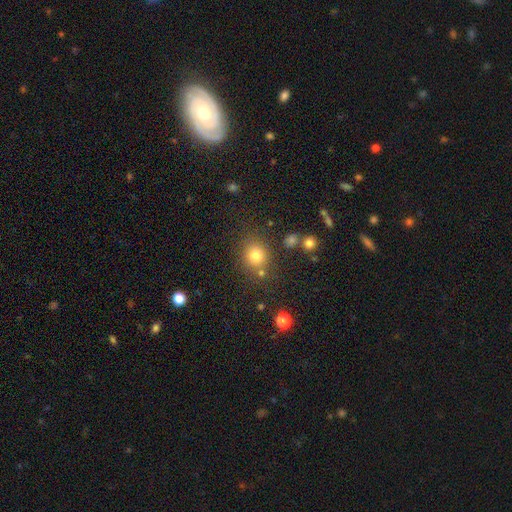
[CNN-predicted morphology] Smooth or featured?
  - smooth: 78% *
  - star or artifact: 15%
  - featured or disk: 7%
How rounded?
  - round: 82% *
  - in between: 17%
  - cigar-shaped: 1%
Merging?
  - none: 77% *
  - minor disturbance: 11%
  - merger: 8%
  - major disturbance: 4%